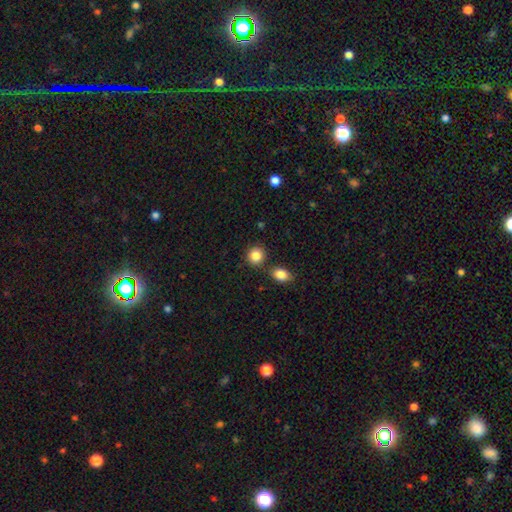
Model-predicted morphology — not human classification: Q: Smooth or featured?
A: smooth (86%); runner-up: star or artifact (9%)
Q: How rounded?
A: round (84%); runner-up: in between (15%)
Q: Merging?
A: none (78%); runner-up: merger (11%)